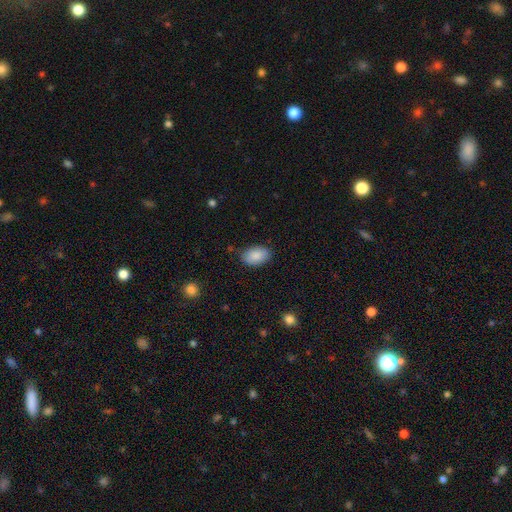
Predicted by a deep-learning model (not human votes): Smooth or featured? smooth (88%)
How rounded? in between (92%)
Merging? none (84%)